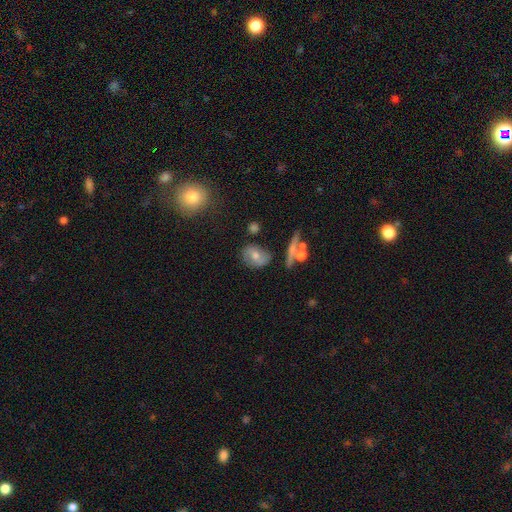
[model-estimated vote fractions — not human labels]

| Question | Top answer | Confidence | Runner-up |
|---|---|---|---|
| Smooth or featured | smooth | 46% | featured or disk (42%) |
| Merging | none | 70% | minor disturbance (18%) |